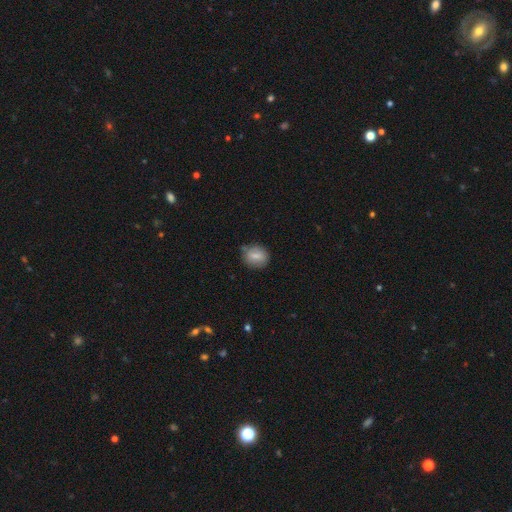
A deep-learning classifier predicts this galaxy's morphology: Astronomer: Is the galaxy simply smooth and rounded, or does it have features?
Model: smooth — 77%.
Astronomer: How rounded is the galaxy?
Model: round — 59% (runner-up: in between, 39%).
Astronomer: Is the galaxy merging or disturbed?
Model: none — 76%.